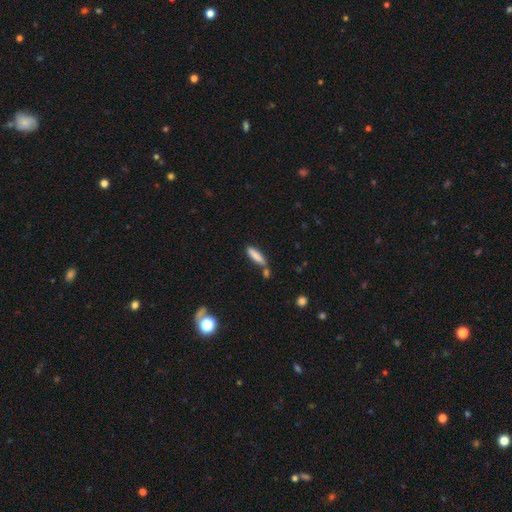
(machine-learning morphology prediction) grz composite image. It shows a smooth galaxy with no disk features (82%) that is cigar-shaped (74%). Merging: none (64%).